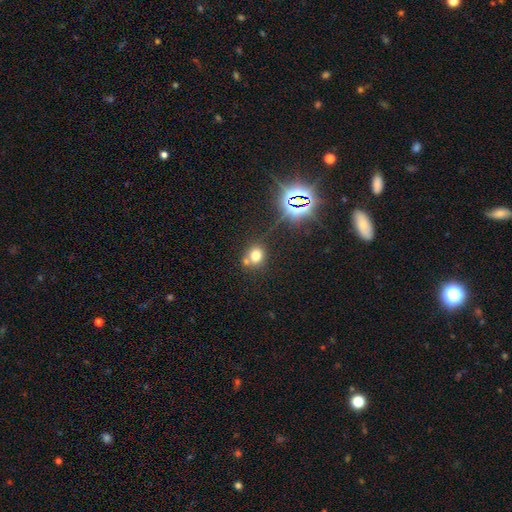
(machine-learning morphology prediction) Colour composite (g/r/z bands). It shows a smooth galaxy with no disk features (70%) that is round (71%). Merging: none (59%).